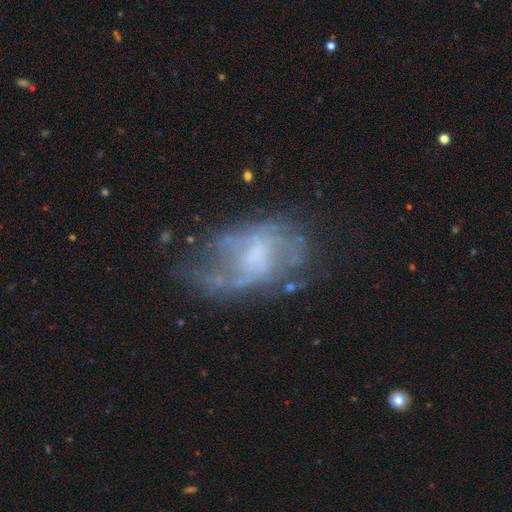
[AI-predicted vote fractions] Overall: featured or disk (68%). Edge-on disk: no (96%). Bar: no (58%; weak 35%). Spiral arms: yes (59%; no 41%). Bulge size: small (32%; none 31%). Merging: none (46%; major disturbance 25%).